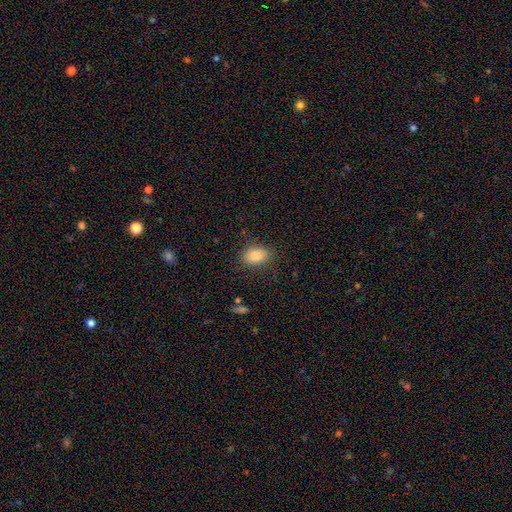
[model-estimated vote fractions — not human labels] The model was most divided on "how rounded": in between: 83%, round: 16%, cigar-shaped: 1%. More confident: smooth or featured — smooth (86%); merging — none (81%).